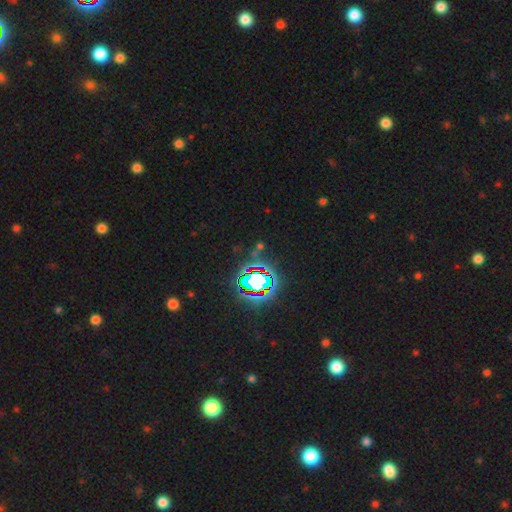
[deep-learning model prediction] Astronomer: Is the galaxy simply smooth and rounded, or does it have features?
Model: star or artifact — 76%.